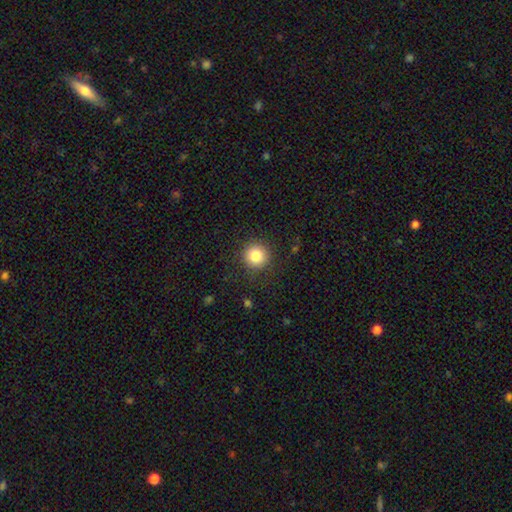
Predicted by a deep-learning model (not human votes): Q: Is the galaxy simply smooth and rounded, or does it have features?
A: smooth — 83%.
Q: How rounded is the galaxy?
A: round — 95%.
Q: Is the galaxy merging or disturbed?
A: none — 89%.